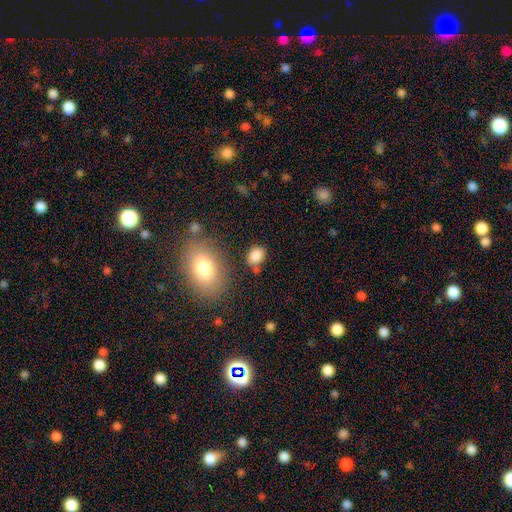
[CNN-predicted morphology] This is clearly a smooth galaxy (85%). How rounded: likely in between (66%). Merging: likely none (68%).